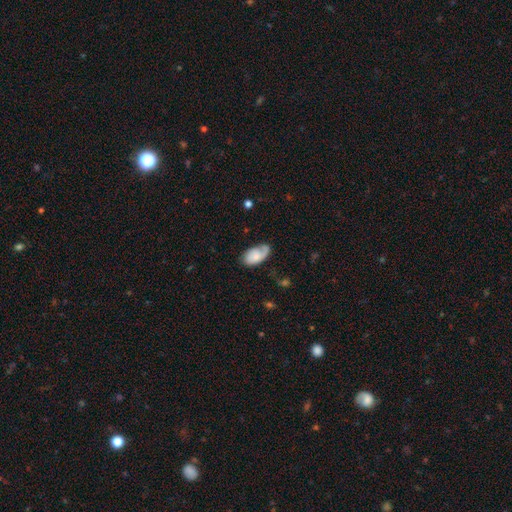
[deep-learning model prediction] Smooth or featured? Predicted: smooth (p=0.56). How rounded? Predicted: in between (p=0.93). Merging? Predicted: none (p=0.55).